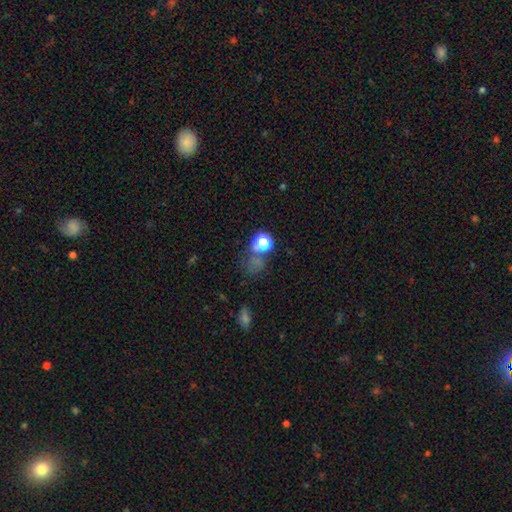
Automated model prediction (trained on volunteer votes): A star or artifact, not a galaxy (45%).